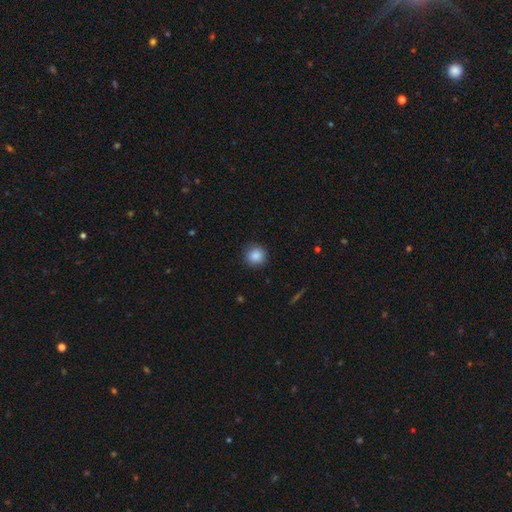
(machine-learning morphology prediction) Q: Smooth or featured?
A: smooth (87%); runner-up: star or artifact (9%)
Q: How rounded?
A: round (94%); runner-up: in between (5%)
Q: Merging?
A: none (89%); runner-up: minor disturbance (8%)